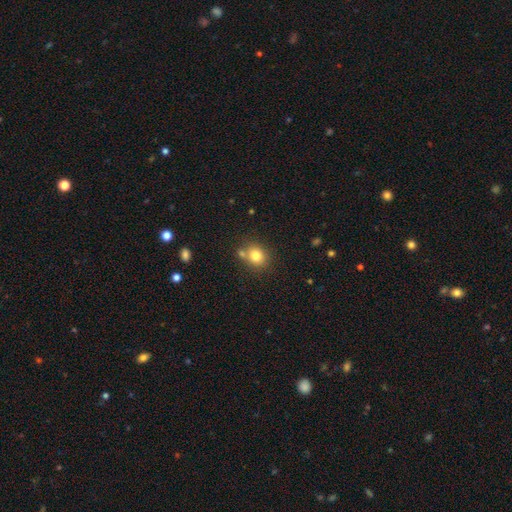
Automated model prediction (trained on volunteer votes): Smooth or featured? smooth (80%)
How rounded? round (69%)
Merging? none (66%)